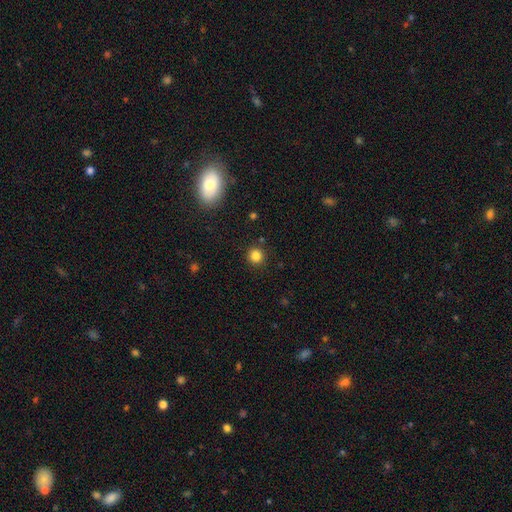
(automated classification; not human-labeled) Smooth or featured? Predicted: smooth (p=0.83). How rounded? Predicted: round (p=0.94). Merging? Predicted: none (p=0.90).